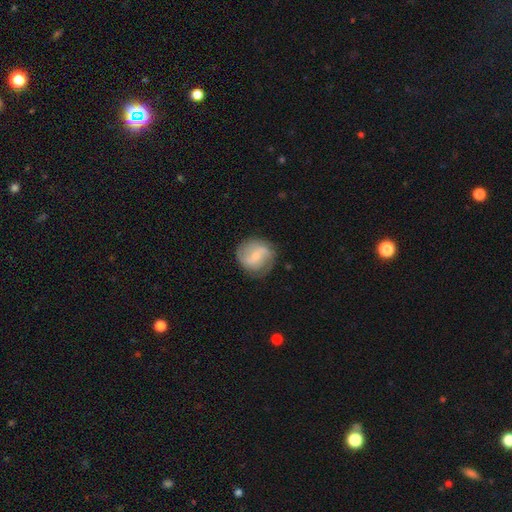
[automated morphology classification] This appears to be a featured or disk galaxy (75%) with a weak bar (48%), 2 (59%) medium (44%) spiral arms (94%) and a small central bulge (56%). Merging: none (80%).